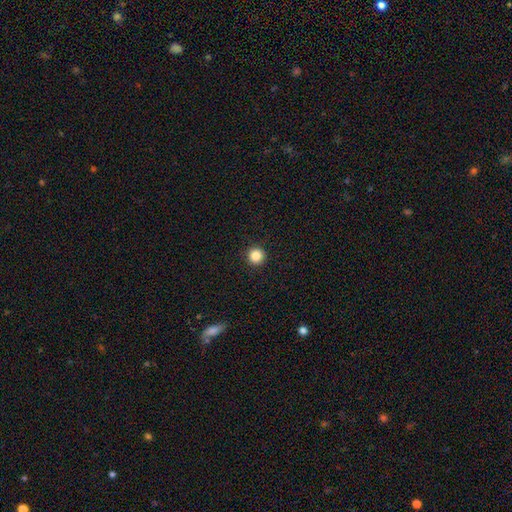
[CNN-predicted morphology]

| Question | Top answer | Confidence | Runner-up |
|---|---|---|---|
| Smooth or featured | smooth | 85% | star or artifact (11%) |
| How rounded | round | 96% | in between (3%) |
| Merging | none | 93% | minor disturbance (4%) |